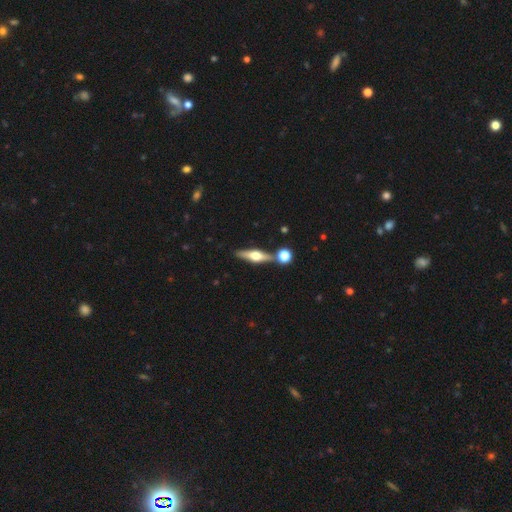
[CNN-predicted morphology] Smooth or featured?
  - featured or disk: 67% *
  - smooth: 26%
  - star or artifact: 7%
Edge-on disk?
  - yes: 96% *
  - no: 4%
Edge-on bulge?
  - rounded: 94% *
  - boxy: 4%
  - none: 2%
Merging?
  - none: 76% *
  - merger: 12%
  - minor disturbance: 9%
  - major disturbance: 3%